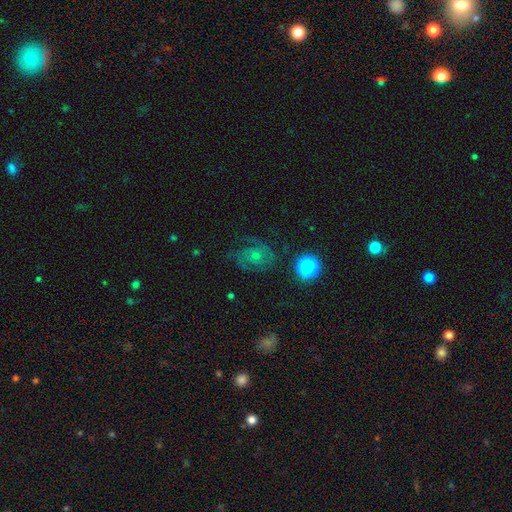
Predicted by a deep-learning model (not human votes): Smooth or featured? Predicted: featured or disk (p=0.64). Edge-on disk? Predicted: no (p=0.97). Bar? Predicted: no (p=0.81). Spiral arms? Predicted: yes (p=0.90). Spiral winding? Predicted: tight (p=0.51). Spiral arm count? Predicted: can't tell (p=0.33). Bulge size? Predicted: small (p=0.60). Merging? Predicted: none (p=0.67).